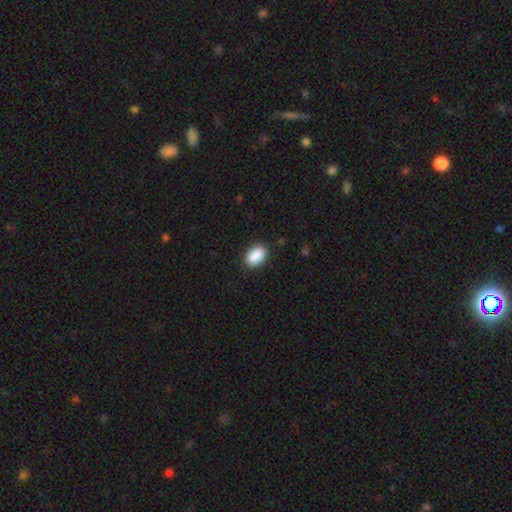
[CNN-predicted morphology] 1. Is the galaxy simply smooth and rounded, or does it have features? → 90% smooth, 7% star or artifact, 3% featured or disk.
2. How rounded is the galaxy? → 86% in between, 12% round, 1% cigar-shaped.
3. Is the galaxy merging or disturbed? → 87% none, 9% minor disturbance, 2% major disturbance, 1% merger.